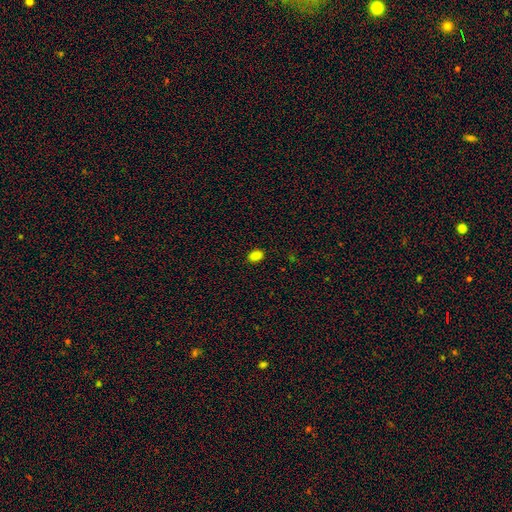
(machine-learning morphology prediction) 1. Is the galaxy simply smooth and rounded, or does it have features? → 85% smooth, 12% star or artifact, 3% featured or disk.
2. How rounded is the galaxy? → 80% in between, 19% round, 1% cigar-shaped.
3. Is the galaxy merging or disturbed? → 88% none, 9% minor disturbance, 2% major disturbance, 1% merger.